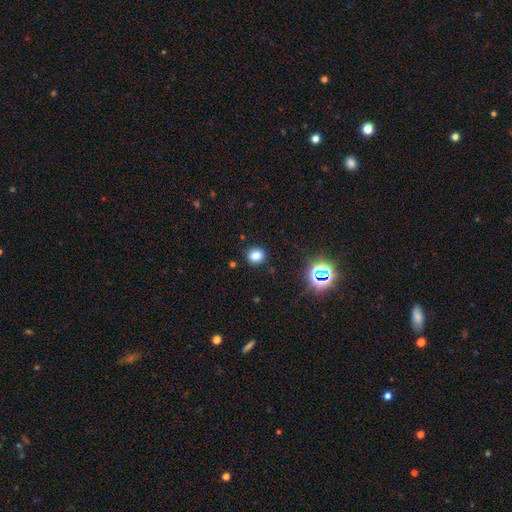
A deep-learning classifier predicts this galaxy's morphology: Smooth or featured? smooth (79%)
How rounded? round (80%)
Merging? none (90%)